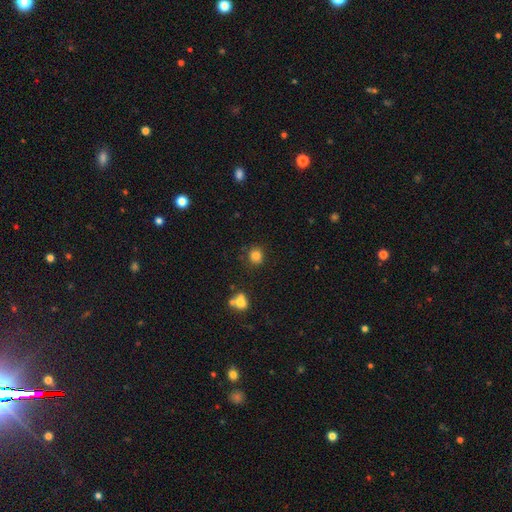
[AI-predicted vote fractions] Smooth or featured: smooth — 83% (star or artifact — 12%)
How rounded: round — 84% (in between — 15%)
Merging: none — 82% (minor disturbance — 11%)